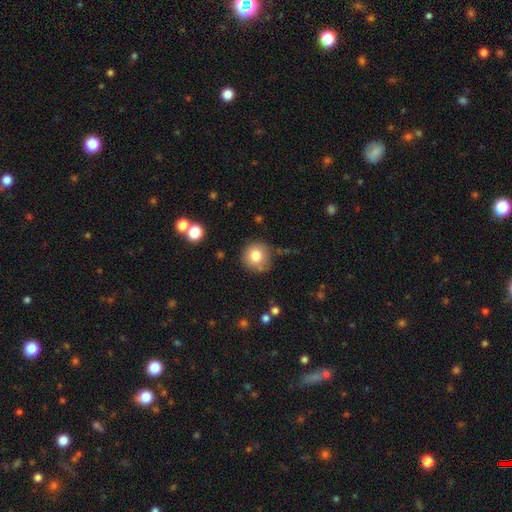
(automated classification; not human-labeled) Smooth or featured? Predicted: smooth (p=0.80). How rounded? Predicted: round (p=0.93). Merging? Predicted: none (p=0.79).